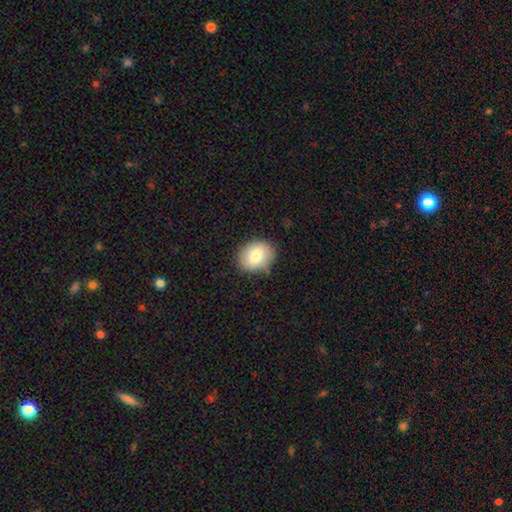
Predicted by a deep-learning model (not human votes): Smooth or featured?
  - smooth: 80% *
  - featured or disk: 12%
  - star or artifact: 8%
How rounded?
  - in between: 53% *
  - round: 46%
  - cigar-shaped: 1%
Merging?
  - none: 76% *
  - minor disturbance: 18%
  - major disturbance: 4%
  - merger: 2%